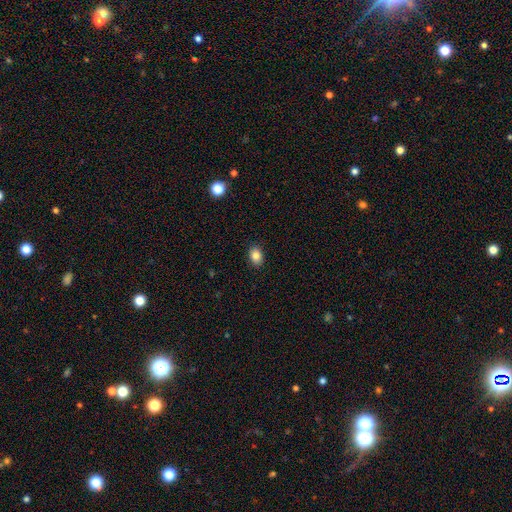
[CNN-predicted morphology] Smooth or featured? Predicted: smooth (p=0.84). How rounded? Predicted: in between (p=0.66). Merging? Predicted: none (p=0.89).